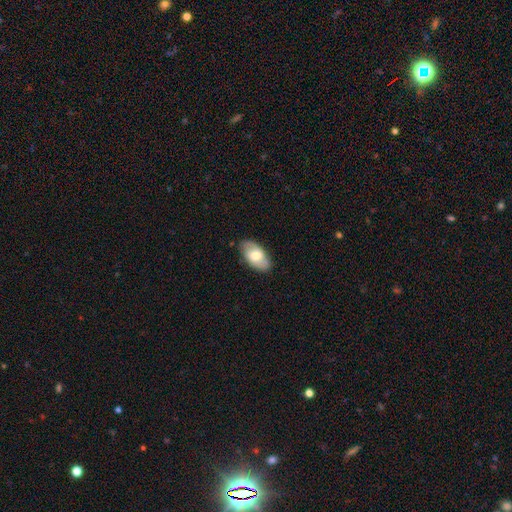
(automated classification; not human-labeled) smooth 61%, featured or disk 33%, star or artifact 6%. Down the decision tree: how rounded — in between (94%); merging — none (81%).